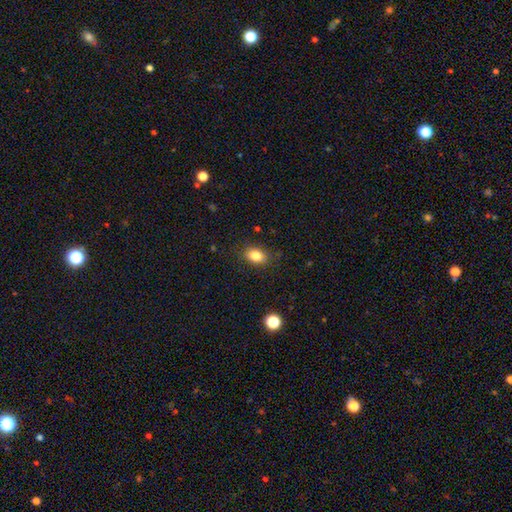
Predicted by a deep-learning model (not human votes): A smooth galaxy with no disk features (84%) that is in between round and cigar-shaped (81%).

Vote fractions:
- Smooth or featured? smooth: 84% / star or artifact: 10% / featured or disk: 7%
- How rounded? in between: 81% / round: 18% / cigar-shaped: 1%
- Merging? none: 85% / minor disturbance: 11% / major disturbance: 3% / merger: 1%